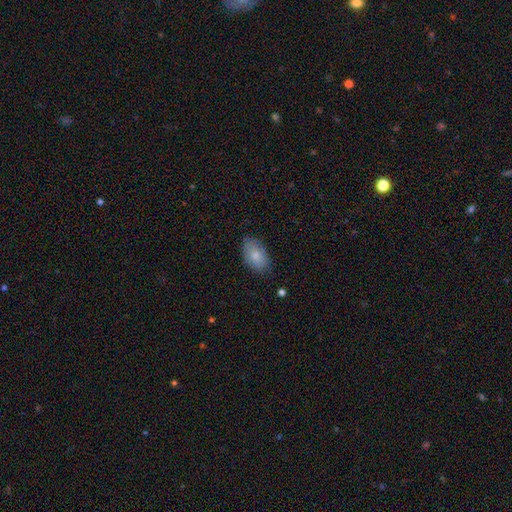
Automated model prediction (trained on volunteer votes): This is clearly a smooth galaxy (83%). How rounded: clearly in between (93%). Merging: likely none (79%).